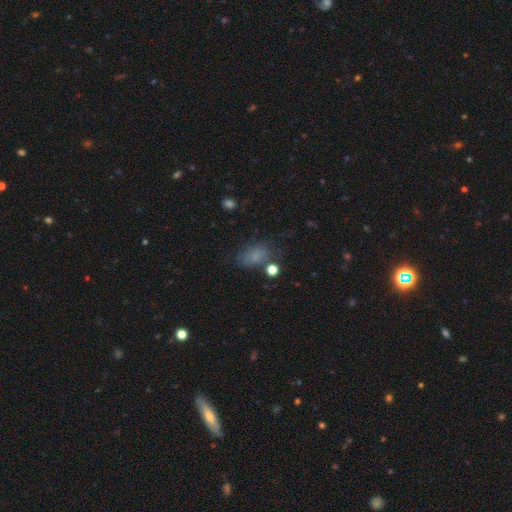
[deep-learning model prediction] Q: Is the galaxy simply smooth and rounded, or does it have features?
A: smooth — 75%.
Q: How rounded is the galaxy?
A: in between — 82%.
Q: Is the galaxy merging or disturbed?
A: none — 63%.